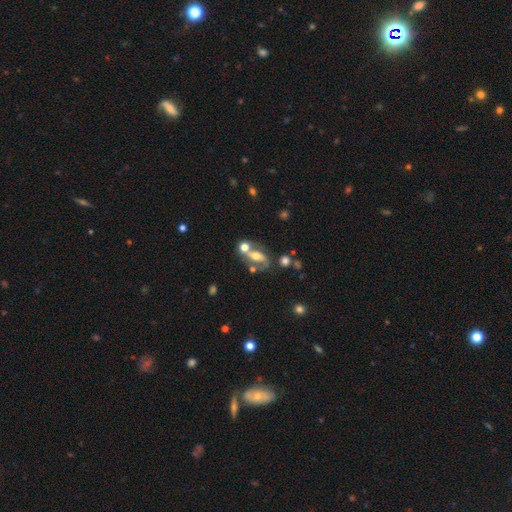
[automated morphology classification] A featured or disk galaxy (63%) with no bar (43%), spiral arms (70%) and a moderate central bulge (64%). Merging: none (45%).